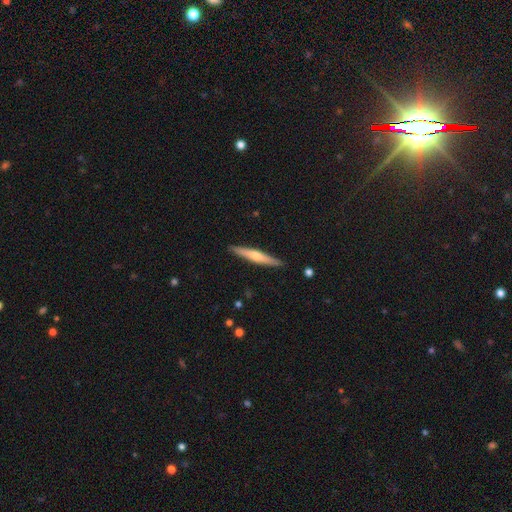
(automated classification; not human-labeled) Smooth or featured: featured or disk — 52% (smooth — 43%)
Edge-on disk: yes — 96% (no — 4%)
Merging: none — 90% (minor disturbance — 7%)